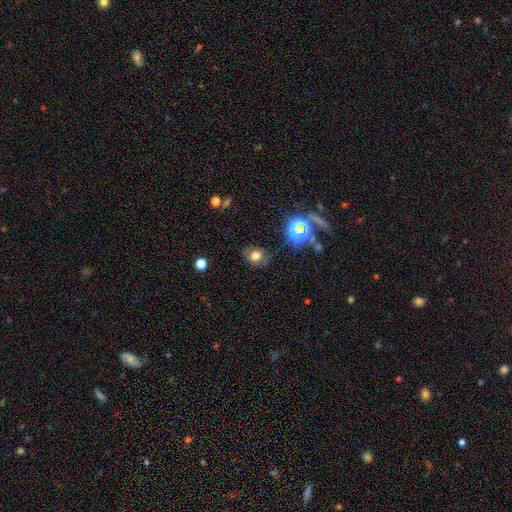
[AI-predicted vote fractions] The model was most divided on "how rounded": round: 52%, in between: 47%, cigar-shaped: 1%. More confident: merging — none (76%); smooth or featured — smooth (65%).